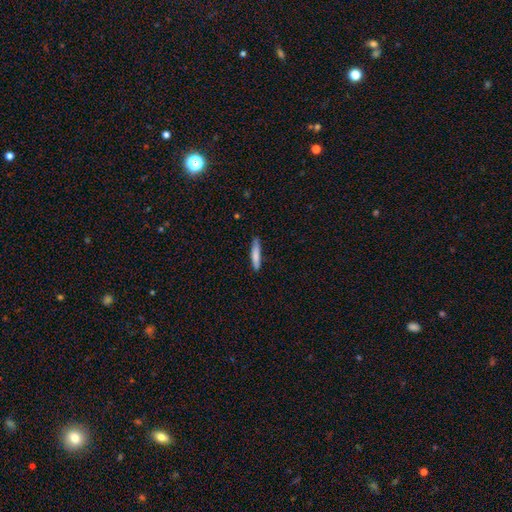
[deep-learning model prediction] smooth-or-featured: smooth: 80% | featured or disk: 14% | star or artifact: 6%
  how-rounded: cigar-shaped: 88% | in between: 11% | round: 1%
  merging: none: 79% | minor disturbance: 17% | major disturbance: 3% | merger: 2%